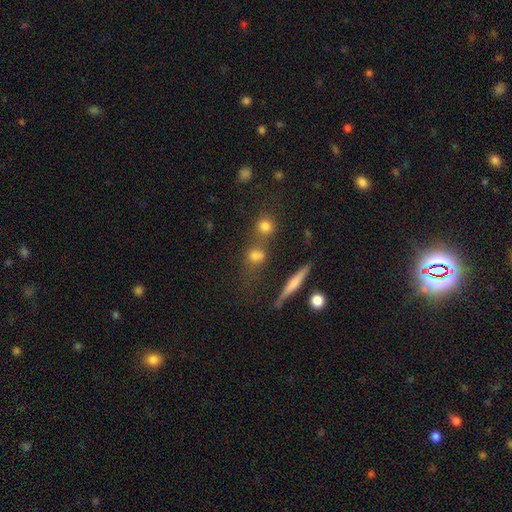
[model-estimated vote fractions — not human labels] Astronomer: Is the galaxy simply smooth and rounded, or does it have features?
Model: smooth — 70%.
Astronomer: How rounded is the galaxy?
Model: round — 61%.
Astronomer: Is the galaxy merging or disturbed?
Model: none — 55%.